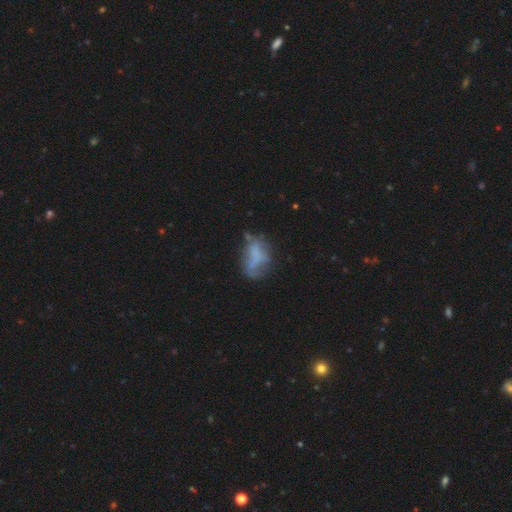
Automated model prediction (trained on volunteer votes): Q: Smooth or featured?
A: smooth (46%); runner-up: featured or disk (42%)
Q: Merging?
A: none (36%); runner-up: major disturbance (29%)